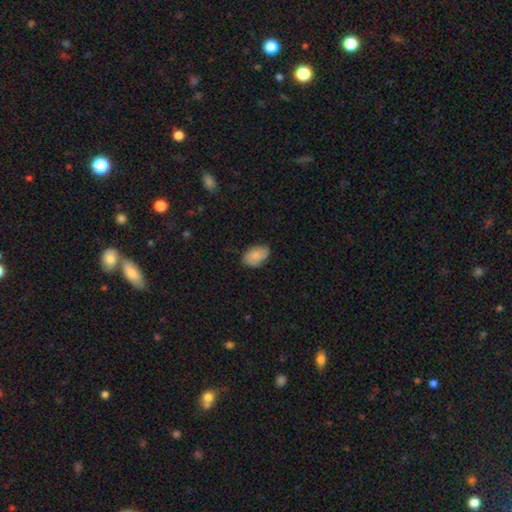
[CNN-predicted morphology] Smooth or featured: smooth — 82% (featured or disk — 11%)
How rounded: in between — 91% (round — 7%)
Merging: none — 76% (minor disturbance — 19%)